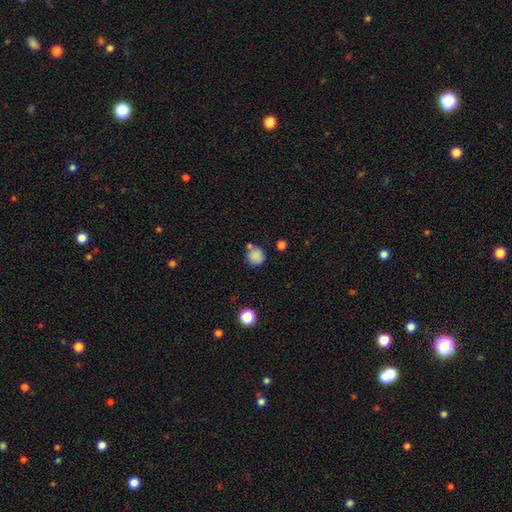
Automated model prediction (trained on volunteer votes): A smooth galaxy with no disk features (85%) that is round (90%). Merging: none (66%).